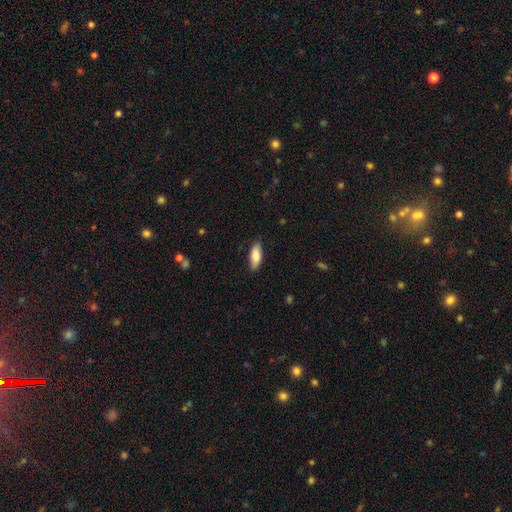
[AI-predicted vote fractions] Smooth or featured?
  - smooth: 84% *
  - featured or disk: 10%
  - star or artifact: 6%
How rounded?
  - in between: 75% *
  - cigar-shaped: 23%
  - round: 2%
Merging?
  - none: 83% *
  - minor disturbance: 14%
  - major disturbance: 2%
  - merger: 1%